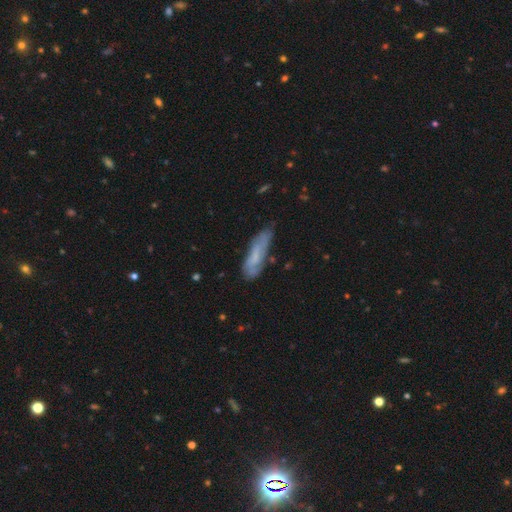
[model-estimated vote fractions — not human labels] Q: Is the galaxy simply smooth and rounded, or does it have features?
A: smooth — 56%.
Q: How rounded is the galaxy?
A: cigar-shaped — 62%.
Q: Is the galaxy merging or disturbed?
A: none — 54%.